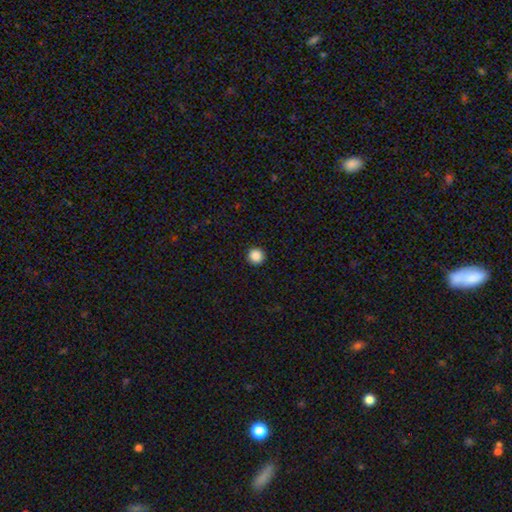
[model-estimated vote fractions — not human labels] smooth 88%, star or artifact 10%, featured or disk 2%. Down the decision tree: how rounded — round (96%); merging — none (93%).